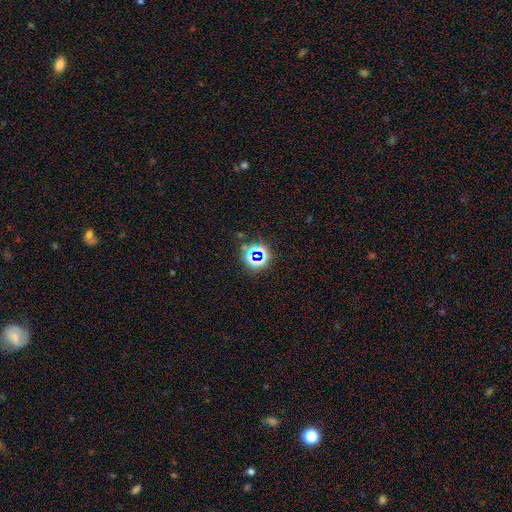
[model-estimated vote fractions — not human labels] A star or artifact, not a galaxy (70%).

Vote fractions:
- Smooth or featured? star or artifact: 70% / smooth: 20% / featured or disk: 10%